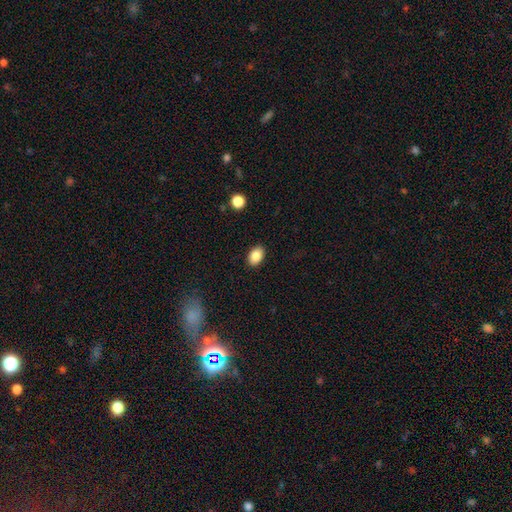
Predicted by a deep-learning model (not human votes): smooth 86%, star or artifact 8%, featured or disk 6%. Down the decision tree: how rounded — in between (86%); merging — none (89%).